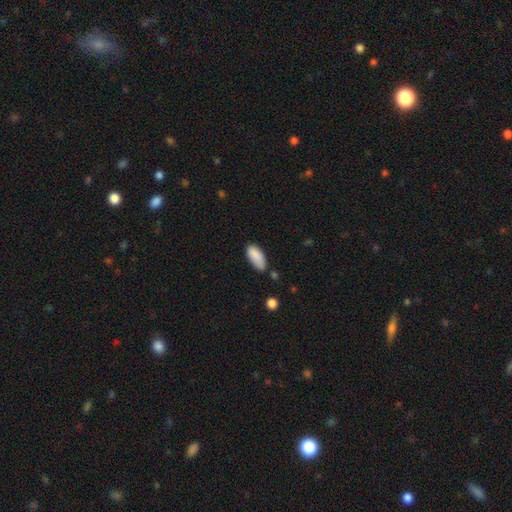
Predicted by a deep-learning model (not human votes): The model was most divided on "merging": none: 60%, minor disturbance: 30%, major disturbance: 5%, merger: 5%. More confident: smooth or featured — smooth (87%); how rounded — in between (86%).